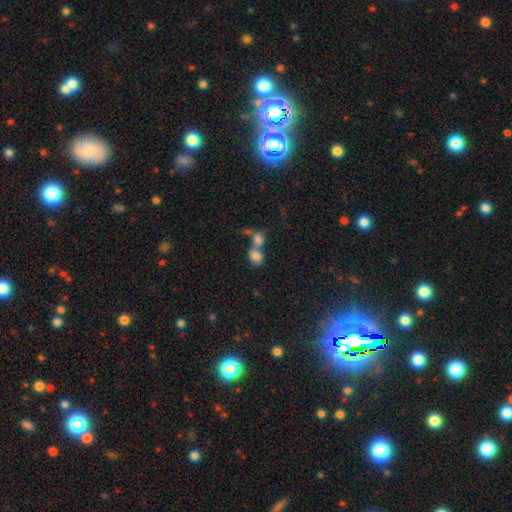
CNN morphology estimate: smooth-or-featured: smooth: 77% | featured or disk: 12% | star or artifact: 11%
  how-rounded: in between: 59% | round: 39% | cigar-shaped: 2%
  merging: merger: 66% | none: 21% | minor disturbance: 7% | major disturbance: 6%